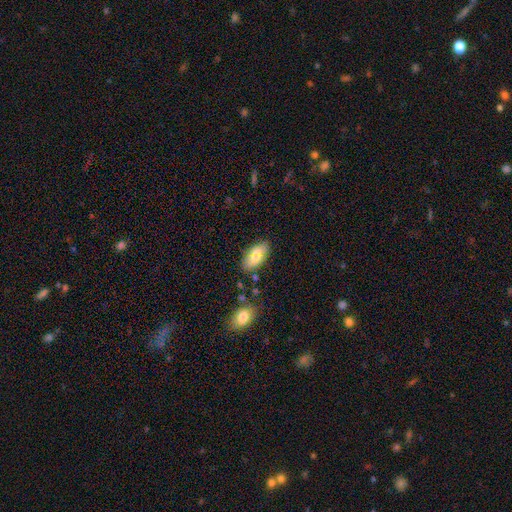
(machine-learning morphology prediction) Q: Smooth or featured?
A: smooth (75%); runner-up: featured or disk (17%)
Q: How rounded?
A: in between (89%); runner-up: cigar-shaped (8%)
Q: Merging?
A: none (73%); runner-up: minor disturbance (15%)